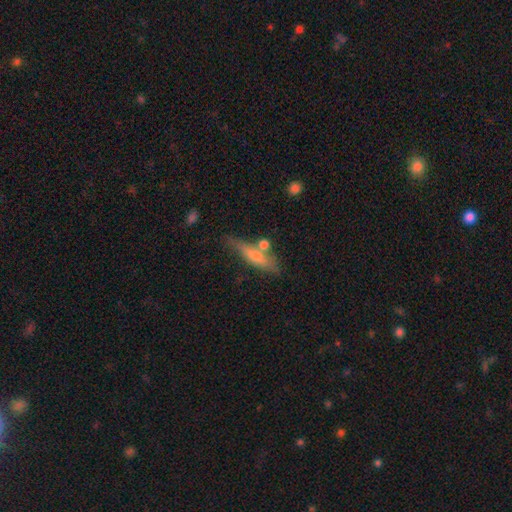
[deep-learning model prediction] smooth_or_featured: smooth (p=0.57) [alt: featured or disk p=0.36]
how_rounded: cigar-shaped (p=0.78) [alt: in between p=0.20]
merging: none (p=0.61) [alt: minor disturbance p=0.19]